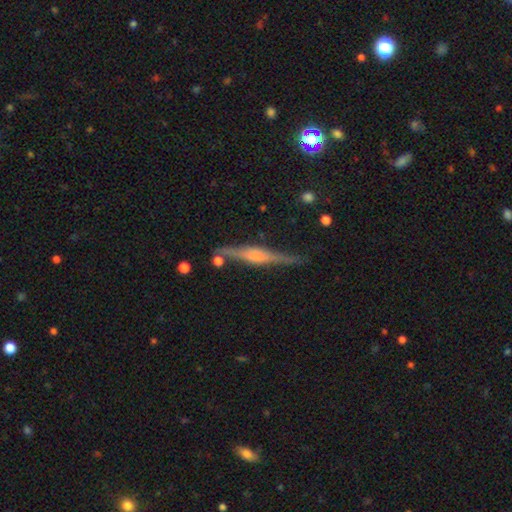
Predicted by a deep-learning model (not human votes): smooth-or-featured: featured or disk: 78% | smooth: 15% | star or artifact: 7%
  disk-edge-on: yes: 97% | no: 3%
    edge-on-bulge: rounded: 72% | boxy: 21% | none: 7%
  merging: none: 82% | minor disturbance: 12% | merger: 3% | major disturbance: 3%